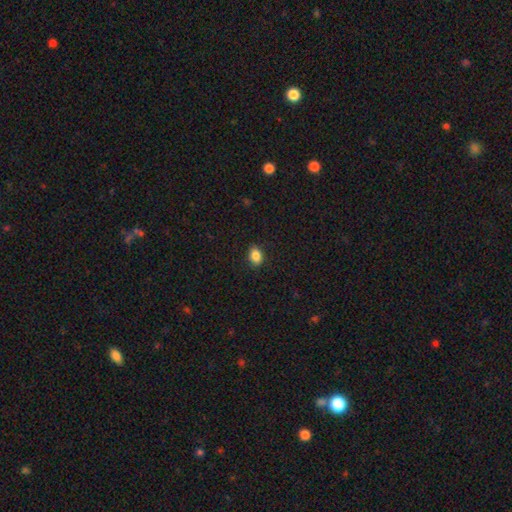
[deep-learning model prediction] Smooth or featured? Predicted: smooth (p=0.87). How rounded? Predicted: in between (p=0.76). Merging? Predicted: none (p=0.88).